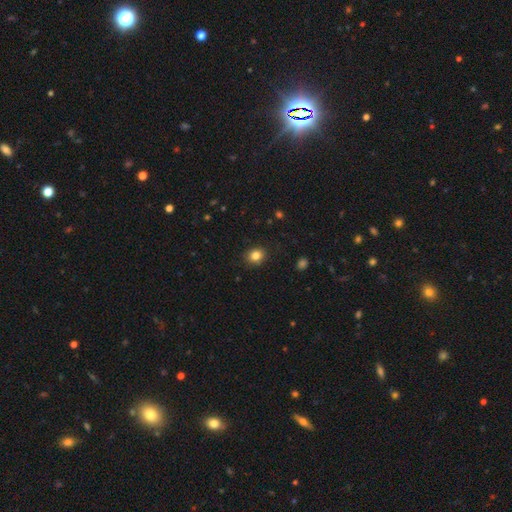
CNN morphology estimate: type=smooth (83%); roundness=round (66%); merging=none (88%).